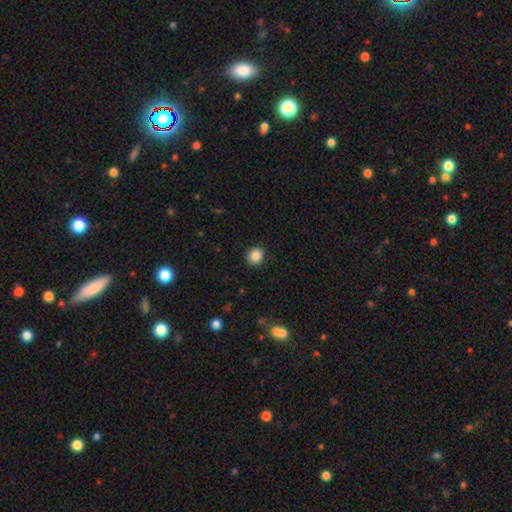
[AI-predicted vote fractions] A smooth galaxy with no disk features (87%) that is round (83%).

Vote fractions:
- Smooth or featured? smooth: 87% / star or artifact: 10% / featured or disk: 3%
- How rounded? round: 83% / in between: 16% / cigar-shaped: 1%
- Merging? none: 89% / minor disturbance: 8% / major disturbance: 2% / merger: 1%